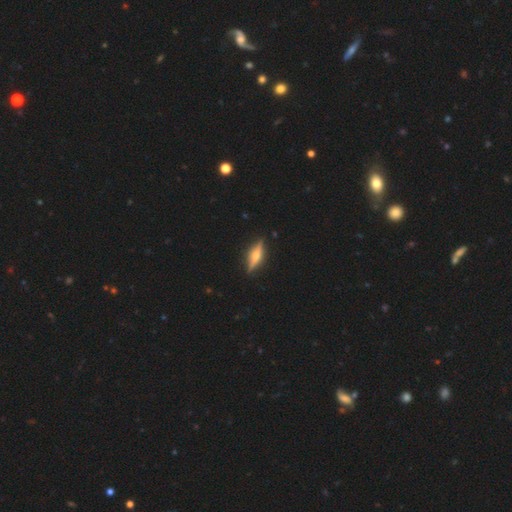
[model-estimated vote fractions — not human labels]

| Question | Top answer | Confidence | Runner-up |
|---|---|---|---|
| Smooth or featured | featured or disk | 67% | smooth (26%) |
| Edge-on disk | yes | 95% | no (5%) |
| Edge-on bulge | rounded | 85% | boxy (10%) |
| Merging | none | 88% | minor disturbance (9%) |